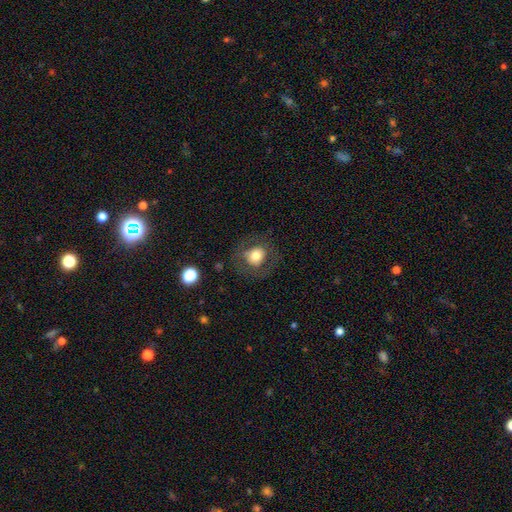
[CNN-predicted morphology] Smooth or featured?
  - smooth: 67% *
  - featured or disk: 24%
  - star or artifact: 10%
How rounded?
  - round: 76% *
  - in between: 23%
  - cigar-shaped: 1%
Merging?
  - none: 77% *
  - minor disturbance: 12%
  - major disturbance: 10%
  - merger: 1%